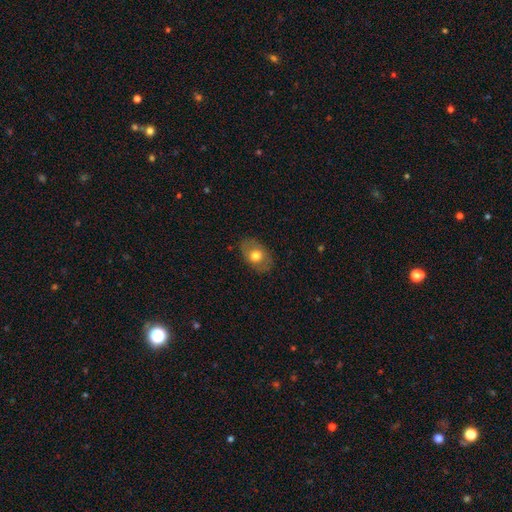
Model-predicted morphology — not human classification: A smooth galaxy with no disk features (64%) that is in between round and cigar-shaped (77%). Merging: none (80%).